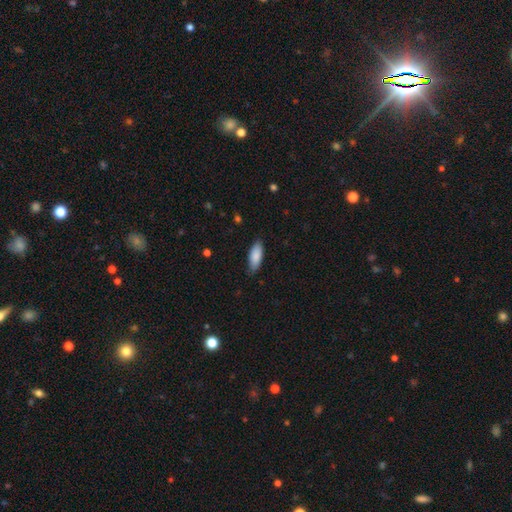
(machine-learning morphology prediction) Smooth or featured: smooth — 87% (featured or disk — 7%)
How rounded: in between — 77% (cigar-shaped — 22%)
Merging: none — 80% (minor disturbance — 16%)